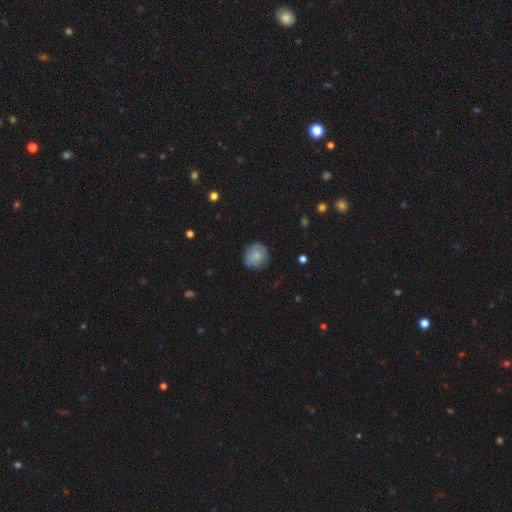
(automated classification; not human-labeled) A smooth galaxy with no disk features (73%) that is round (88%).

Vote fractions:
- Smooth or featured? smooth: 73% / featured or disk: 19% / star or artifact: 8%
- How rounded? round: 88% / in between: 11% / cigar-shaped: 1%
- Merging? none: 76% / minor disturbance: 19% / major disturbance: 4% / merger: 1%